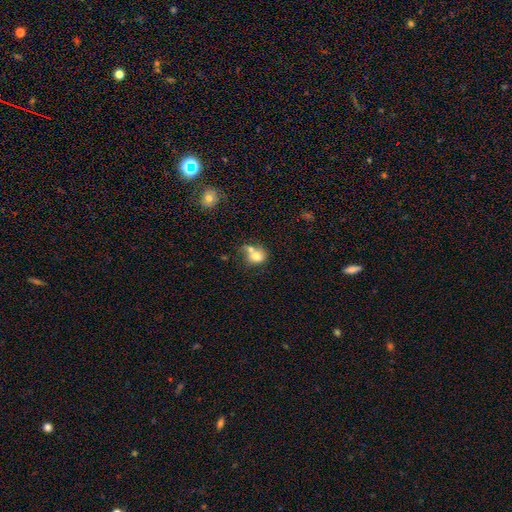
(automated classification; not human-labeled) Smooth or featured?
  - smooth: 72% *
  - featured or disk: 18%
  - star or artifact: 10%
How rounded?
  - round: 61% *
  - in between: 38%
  - cigar-shaped: 1%
Merging?
  - merger: 53% *
  - none: 28%
  - minor disturbance: 12%
  - major disturbance: 7%